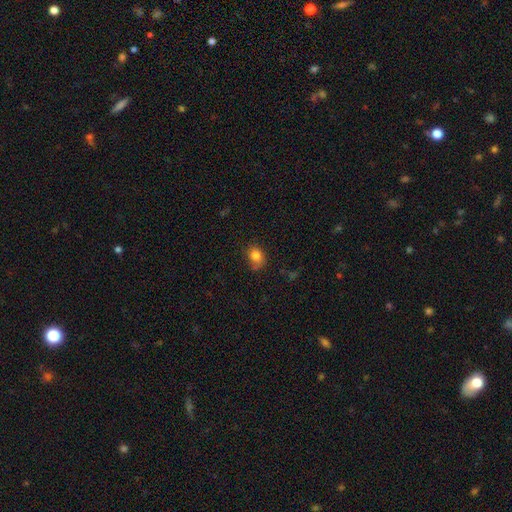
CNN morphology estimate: Overall: smooth (82%). How rounded: round (51%; in between 48%). Merging: none (63%; minor disturbance 27%).